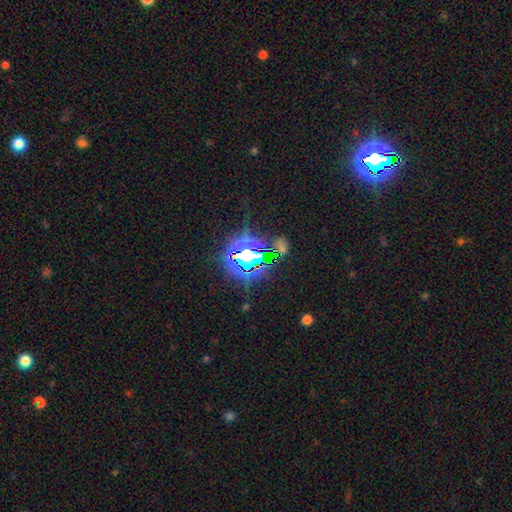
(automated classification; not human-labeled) This appears to be a star or artifact, not a galaxy (72%).